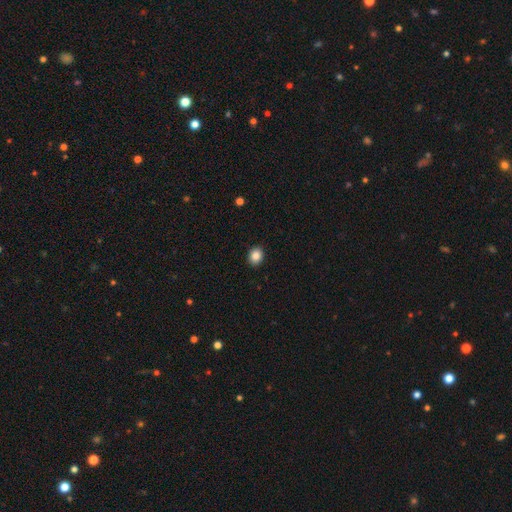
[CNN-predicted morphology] Q: Smooth or featured?
A: smooth (86%); runner-up: star or artifact (9%)
Q: How rounded?
A: round (56%); runner-up: in between (43%)
Q: Merging?
A: none (91%); runner-up: minor disturbance (6%)